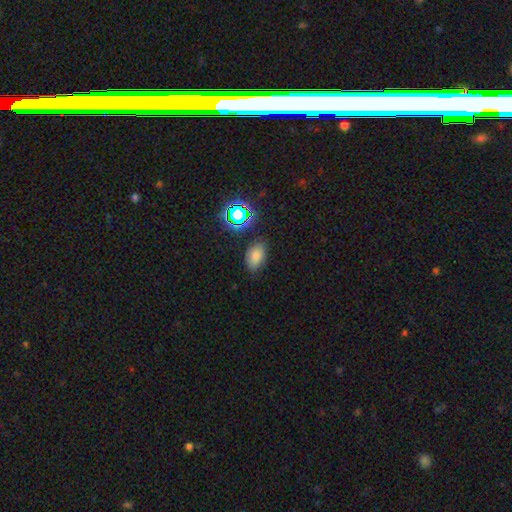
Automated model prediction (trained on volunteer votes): Smooth or featured?
  - smooth: 71% *
  - star or artifact: 21%
  - featured or disk: 8%
How rounded?
  - in between: 87% *
  - round: 12%
  - cigar-shaped: 2%
Merging?
  - none: 80% *
  - minor disturbance: 14%
  - major disturbance: 3%
  - merger: 2%